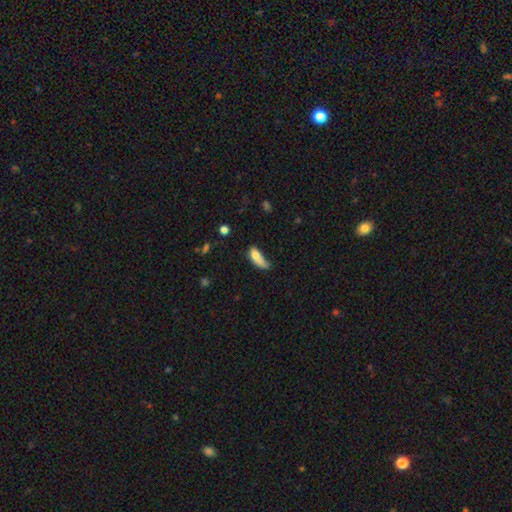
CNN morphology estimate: smooth 70%, featured or disk 21%, star or artifact 9%. Down the decision tree: how rounded — in between (71%); merging — major disturbance (32%).